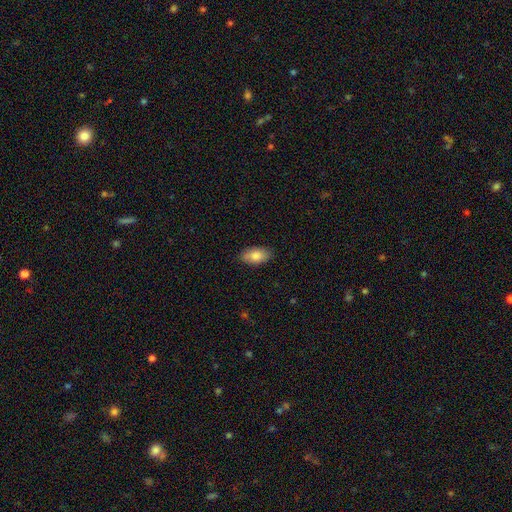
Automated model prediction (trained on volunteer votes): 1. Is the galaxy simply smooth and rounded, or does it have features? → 84% smooth, 9% featured or disk, 6% star or artifact.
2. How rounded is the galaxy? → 93% in between, 4% round, 3% cigar-shaped.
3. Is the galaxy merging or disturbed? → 85% none, 12% minor disturbance, 2% major disturbance, 1% merger.